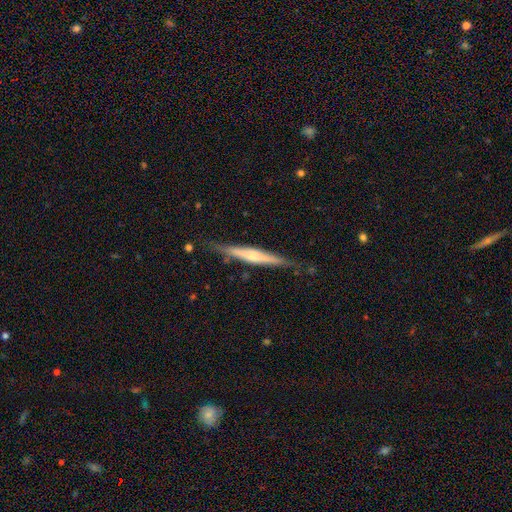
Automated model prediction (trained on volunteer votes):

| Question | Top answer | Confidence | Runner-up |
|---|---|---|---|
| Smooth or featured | featured or disk | 68% | smooth (26%) |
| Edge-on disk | yes | 97% | no (3%) |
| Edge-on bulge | rounded | 53% | none (31%) |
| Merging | none | 84% | minor disturbance (12%) |